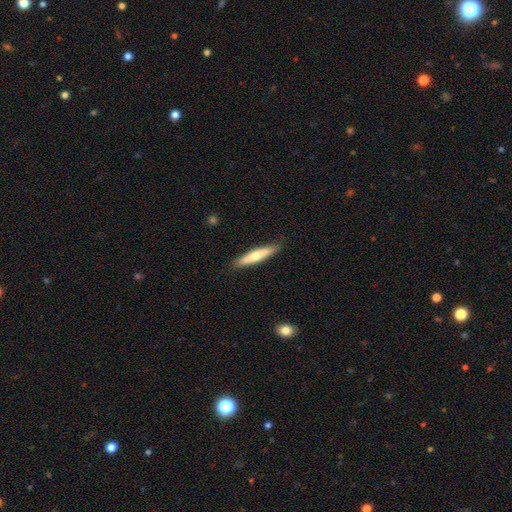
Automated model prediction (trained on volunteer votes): Smooth or featured: smooth — 56% (featured or disk — 39%)
How rounded: cigar-shaped — 87% (in between — 11%)
Merging: none — 87% (minor disturbance — 10%)